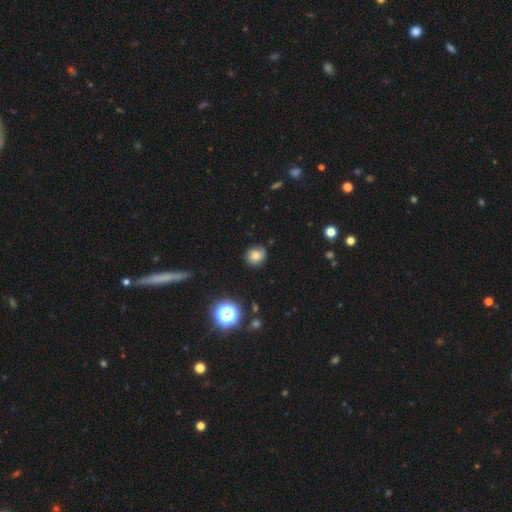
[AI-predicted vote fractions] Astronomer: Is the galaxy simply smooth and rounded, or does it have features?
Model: smooth — 70%.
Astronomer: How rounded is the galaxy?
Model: round — 80%.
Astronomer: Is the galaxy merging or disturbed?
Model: none — 78%.